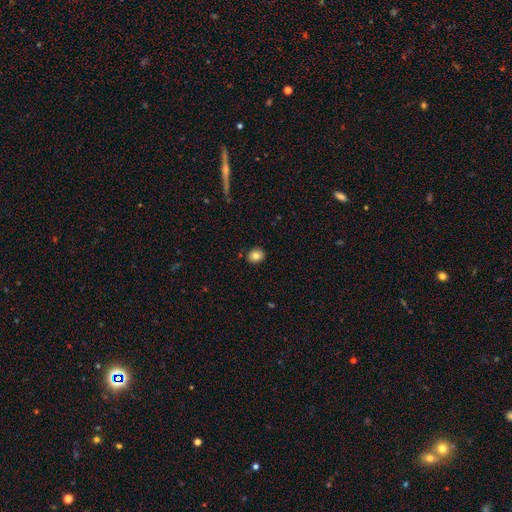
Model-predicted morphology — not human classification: Q: Smooth or featured?
A: smooth (81%); runner-up: star or artifact (10%)
Q: How rounded?
A: round (66%); runner-up: in between (34%)
Q: Merging?
A: none (88%); runner-up: minor disturbance (9%)